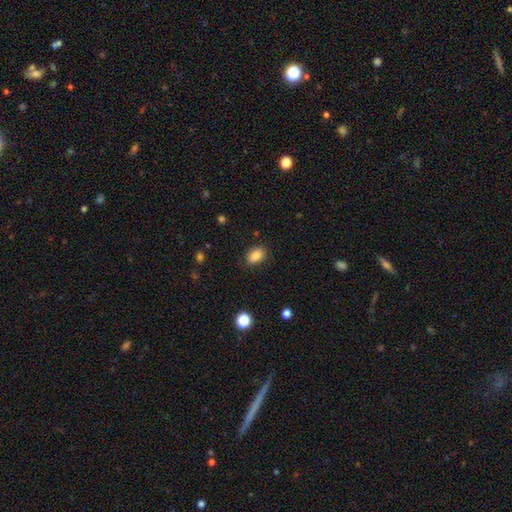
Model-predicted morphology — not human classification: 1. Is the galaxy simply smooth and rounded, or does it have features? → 85% smooth, 9% star or artifact, 6% featured or disk.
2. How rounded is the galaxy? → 80% in between, 19% round, 1% cigar-shaped.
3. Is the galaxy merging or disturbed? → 85% none, 11% minor disturbance, 3% major disturbance, 1% merger.